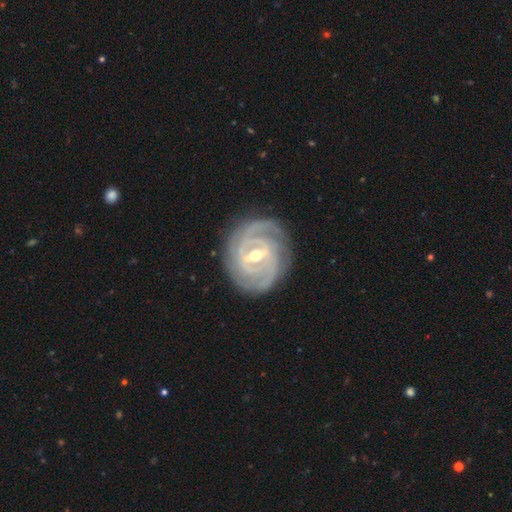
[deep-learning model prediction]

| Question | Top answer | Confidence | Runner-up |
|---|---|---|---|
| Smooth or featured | featured or disk | 91% | smooth (5%) |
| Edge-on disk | no | 96% | yes (4%) |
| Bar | strong | 59% | weak (34%) |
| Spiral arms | yes | 97% | no (3%) |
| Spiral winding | tight | 78% | medium (19%) |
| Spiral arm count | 2 | 30% | 3 (29%) |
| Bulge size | moderate | 59% | small (38%) |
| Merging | none | 82% | minor disturbance (13%) |